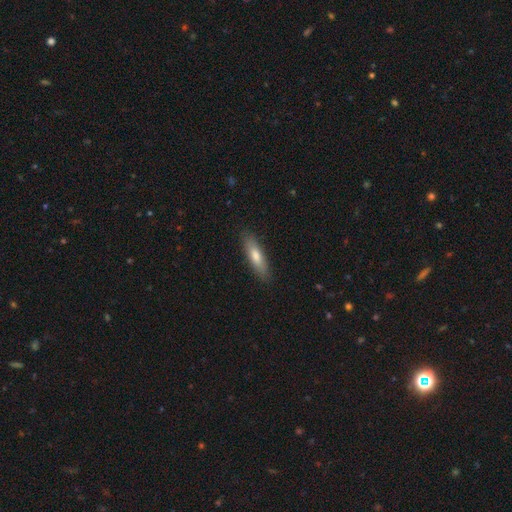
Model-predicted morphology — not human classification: Smooth or featured? smooth (70%)
How rounded? cigar-shaped (68%)
Merging? none (88%)